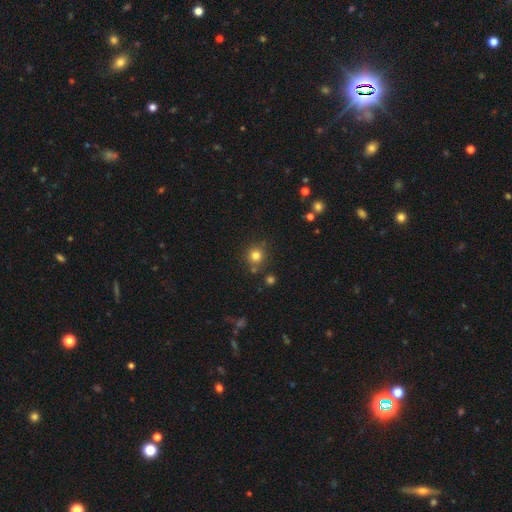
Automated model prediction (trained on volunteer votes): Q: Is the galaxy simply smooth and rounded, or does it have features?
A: smooth — 80%.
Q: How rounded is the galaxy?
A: round — 91%.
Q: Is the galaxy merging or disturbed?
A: none — 80%.